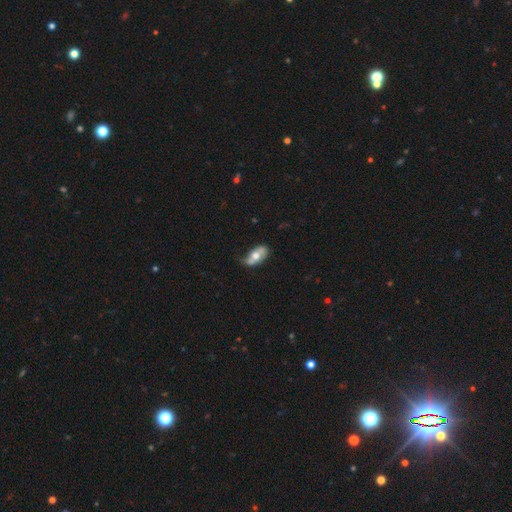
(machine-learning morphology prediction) Overall: smooth (48%; featured or disk 45%). Merging: none (50%; minor disturbance 35%).